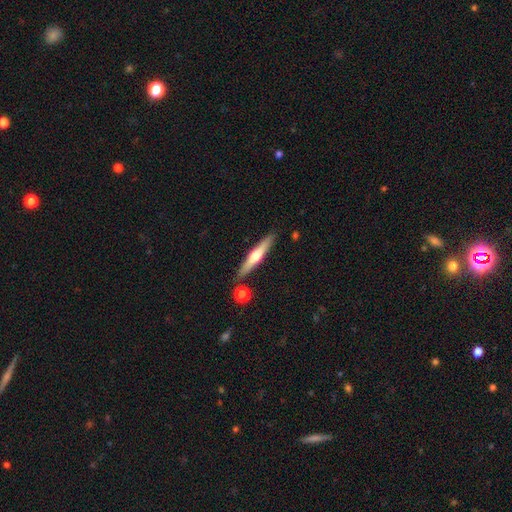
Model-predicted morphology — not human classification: Smooth or featured?
  - featured or disk: 57% *
  - smooth: 37%
  - star or artifact: 6%
Edge-on disk?
  - yes: 96% *
  - no: 4%
Edge-on bulge?
  - rounded: 90% *
  - none: 6%
  - boxy: 3%
Merging?
  - none: 85% *
  - minor disturbance: 9%
  - merger: 4%
  - major disturbance: 2%